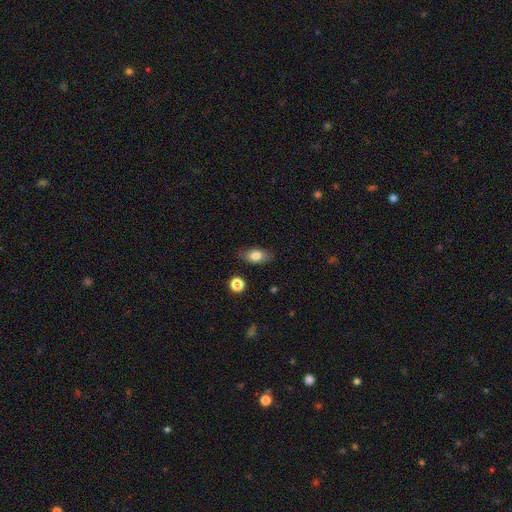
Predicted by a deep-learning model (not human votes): This is clearly a smooth galaxy (80%). How rounded: clearly in between (85%). Merging: clearly none (82%).